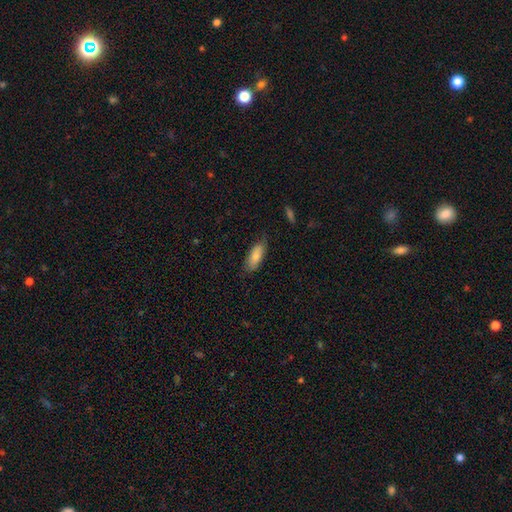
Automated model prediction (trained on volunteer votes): A smooth galaxy with no disk features (84%) that is in between round and cigar-shaped (73%).

Vote fractions:
- Smooth or featured? smooth: 84% / featured or disk: 10% / star or artifact: 6%
- How rounded? in between: 73% / cigar-shaped: 25% / round: 2%
- Merging? none: 79% / minor disturbance: 17% / major disturbance: 3% / merger: 1%